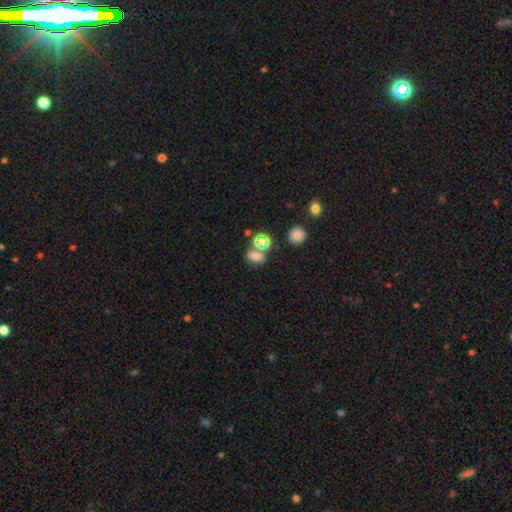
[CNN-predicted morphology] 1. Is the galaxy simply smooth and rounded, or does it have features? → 59% smooth, 29% star or artifact, 11% featured or disk.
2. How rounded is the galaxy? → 59% in between, 37% round, 4% cigar-shaped.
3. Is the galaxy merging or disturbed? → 68% none, 14% merger, 13% minor disturbance, 6% major disturbance.